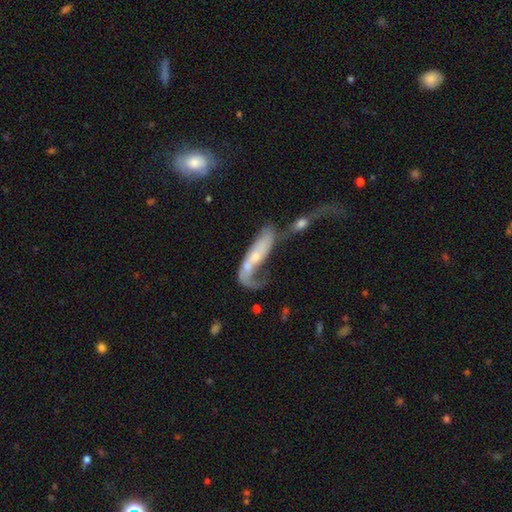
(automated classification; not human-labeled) The model was most divided on "merging": merger: 50%, major disturbance: 25%, none: 16%, minor disturbance: 9%. More confident: edge-on disk — no (78%); smooth or featured — featured or disk (60%).